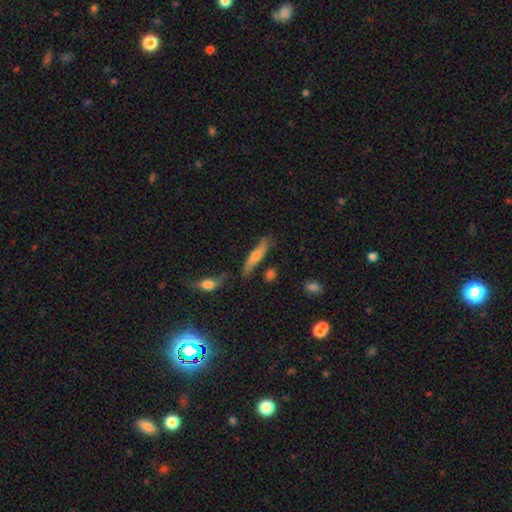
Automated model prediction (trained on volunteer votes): Overall: smooth (51%; featured or disk 41%). How rounded: cigar-shaped (83%). Merging: none (73%).